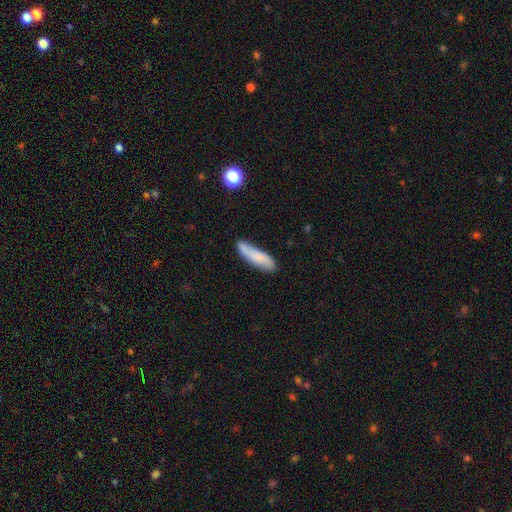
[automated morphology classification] A smooth galaxy with no disk features (72%) that is cigar-shaped (64%). Merging: none (68%).